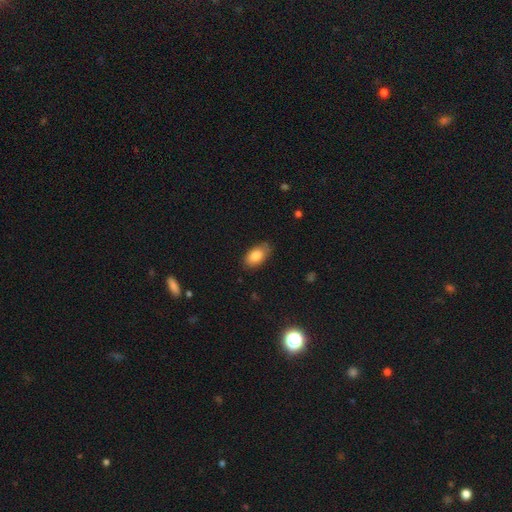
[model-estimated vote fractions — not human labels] Overall: smooth (83%). How rounded: in between (93%). Merging: none (77%).